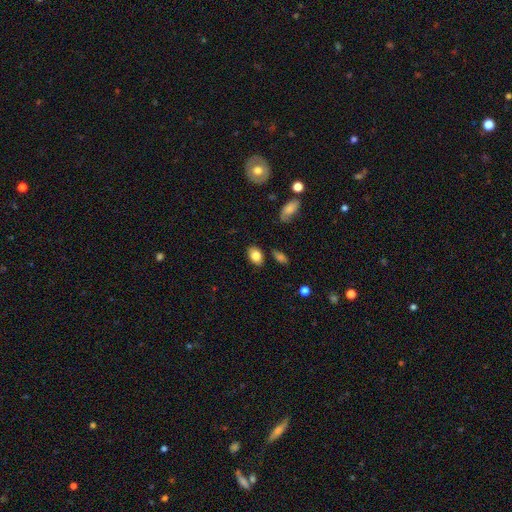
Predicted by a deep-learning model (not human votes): Smooth or featured: smooth — 83% (featured or disk — 9%)
How rounded: in between — 84% (round — 14%)
Merging: none — 82% (minor disturbance — 12%)